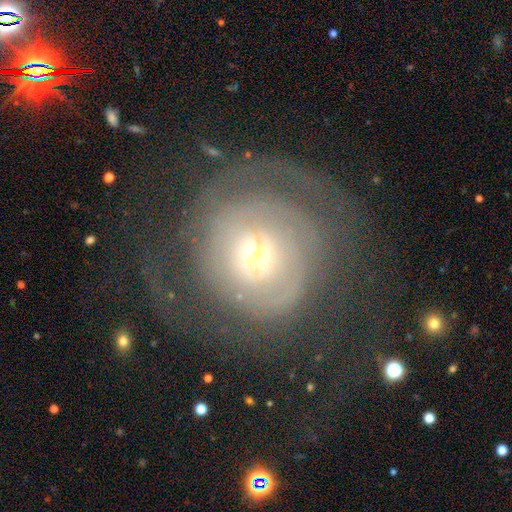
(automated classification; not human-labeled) The model was most divided on "merging": none: 44%, major disturbance: 35%, minor disturbance: 17%, merger: 3%. More confident: edge-on disk — no (96%); smooth or featured — featured or disk (67%); spiral arms — yes (67%); bulge size — small (64%); bar — no (56%).